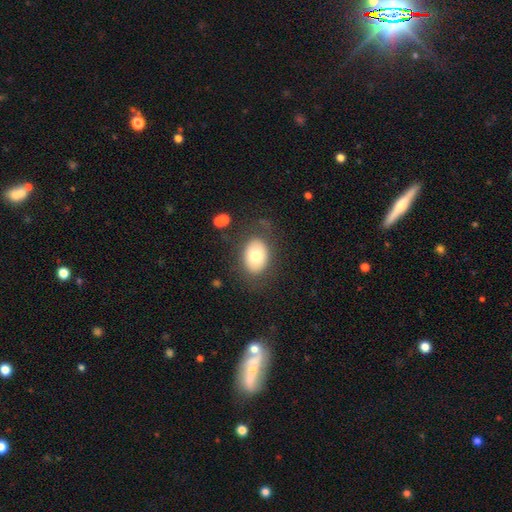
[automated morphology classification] smooth-or-featured: smooth: 73% | featured or disk: 19% | star or artifact: 8%
  how-rounded: in between: 76% | round: 23% | cigar-shaped: 1%
  merging: none: 78% | minor disturbance: 13% | major disturbance: 7% | merger: 2%